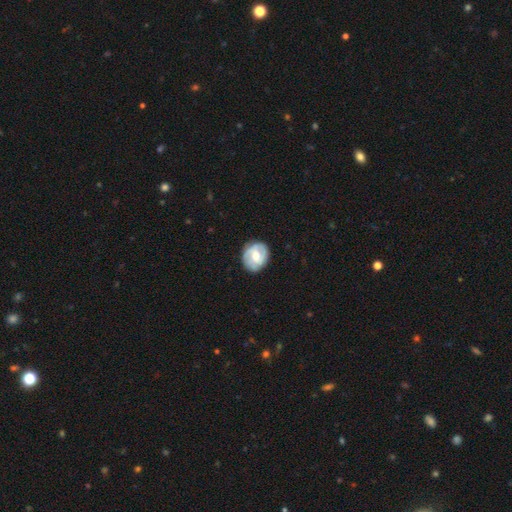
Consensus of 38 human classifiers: Volunteers were most divided on "bar": no: 48%, weak: 43%, strong: 10%. Remaining: edge-on disk — no (100%); spiral arms — yes (76%); merging — none (72%); bulge size — moderate (62%); smooth or featured — featured or disk (55%); spiral arm count — 2 (50%); spiral winding — tight (44%).